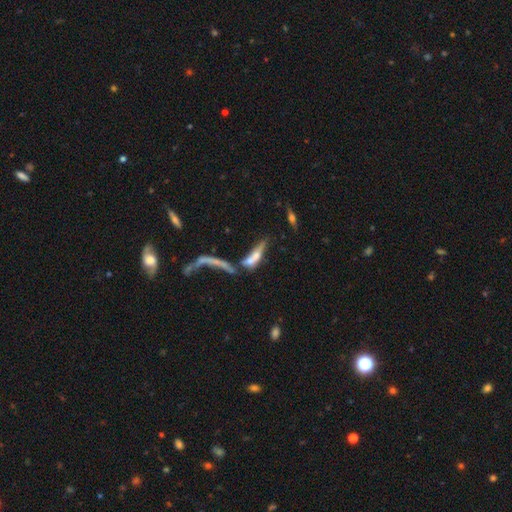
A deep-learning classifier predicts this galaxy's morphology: Smooth or featured?
  - smooth: 46% *
  - featured or disk: 42%
  - star or artifact: 11%
Merging?
  - merger: 55% *
  - major disturbance: 22%
  - none: 14%
  - minor disturbance: 9%